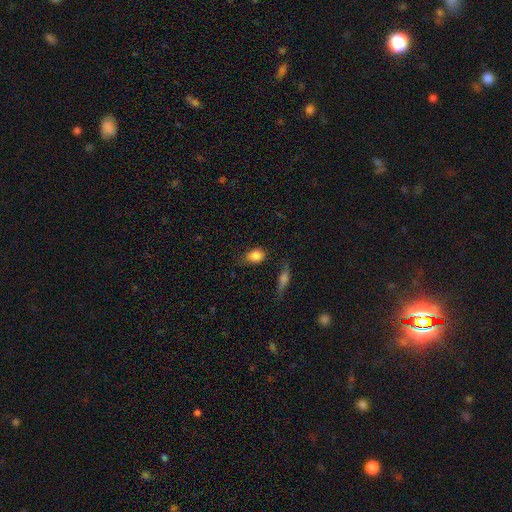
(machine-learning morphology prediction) A smooth galaxy with no disk features (84%) that is in between round and cigar-shaped (63%).

Vote fractions:
- Smooth or featured? smooth: 84% / star or artifact: 9% / featured or disk: 7%
- How rounded? in between: 63% / round: 34% / cigar-shaped: 3%
- Merging? none: 67% / minor disturbance: 24% / major disturbance: 6% / merger: 3%